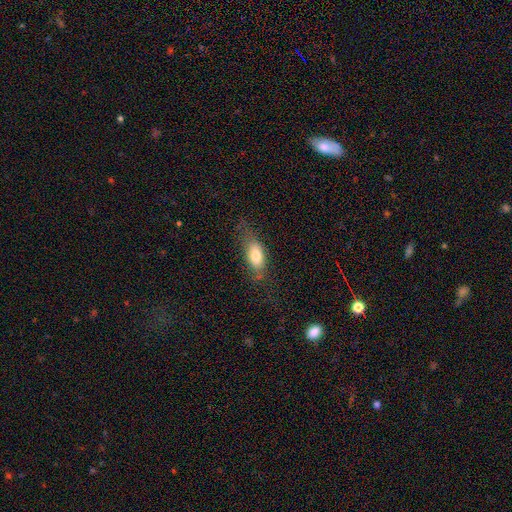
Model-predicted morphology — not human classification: A smooth galaxy with no disk features (74%) that is in between round and cigar-shaped (82%).

Vote fractions:
- Smooth or featured? smooth: 74% / featured or disk: 18% / star or artifact: 8%
- How rounded? in between: 82% / cigar-shaped: 14% / round: 4%
- Merging? none: 56% / minor disturbance: 26% / major disturbance: 15% / merger: 2%